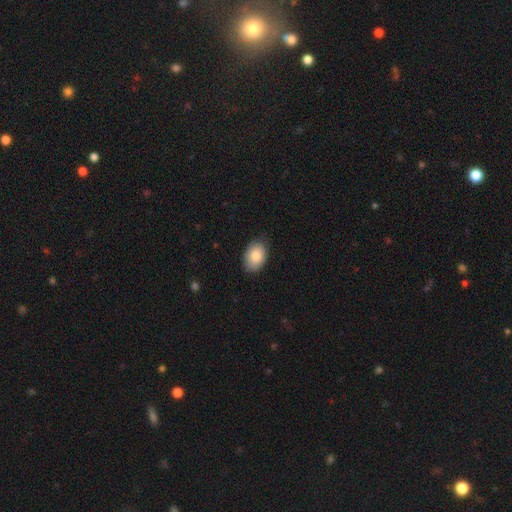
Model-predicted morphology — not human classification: Smooth or featured?
  - smooth: 84% *
  - featured or disk: 10%
  - star or artifact: 6%
How rounded?
  - in between: 82% *
  - round: 17%
  - cigar-shaped: 1%
Merging?
  - none: 83% *
  - minor disturbance: 13%
  - major disturbance: 2%
  - merger: 1%